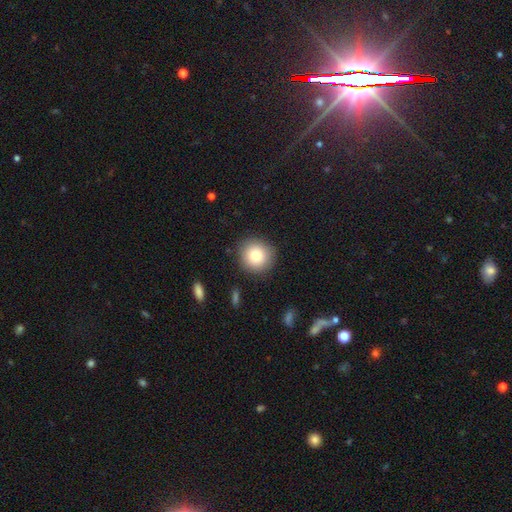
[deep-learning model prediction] Smooth or featured? smooth (81%)
How rounded? round (92%)
Merging? none (88%)